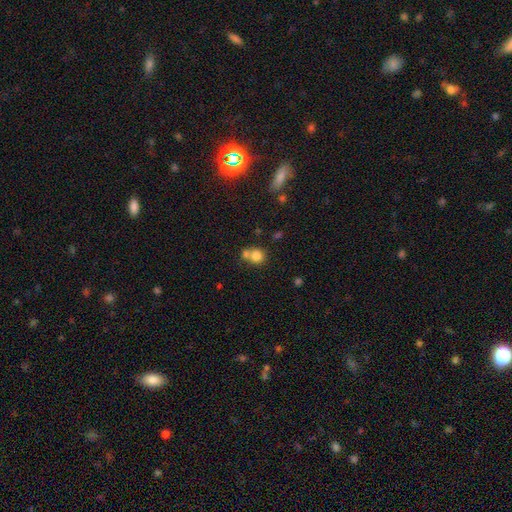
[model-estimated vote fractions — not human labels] A smooth galaxy with no disk features (79%) that is round (82%). Merging: none (45%).